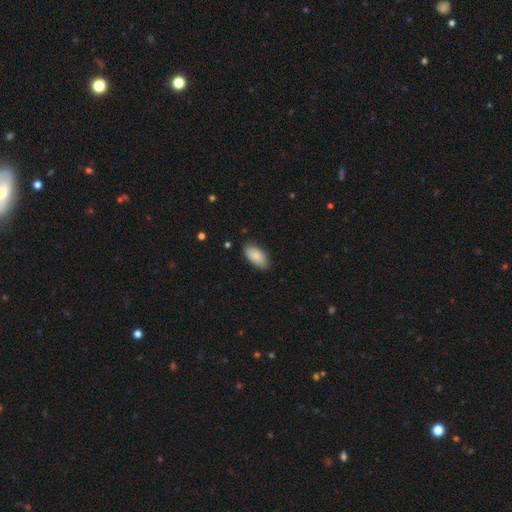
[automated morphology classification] A smooth galaxy with no disk features (87%) that is in between round and cigar-shaped (94%). Merging: none (83%).